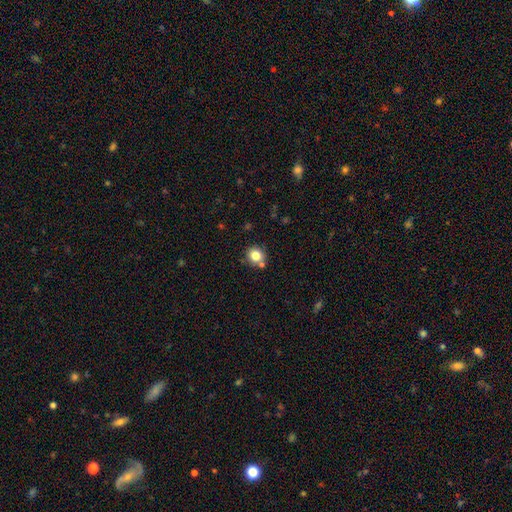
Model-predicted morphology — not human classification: This is clearly a smooth galaxy (80%). How rounded: clearly round (85%). Merging: likely none (74%).